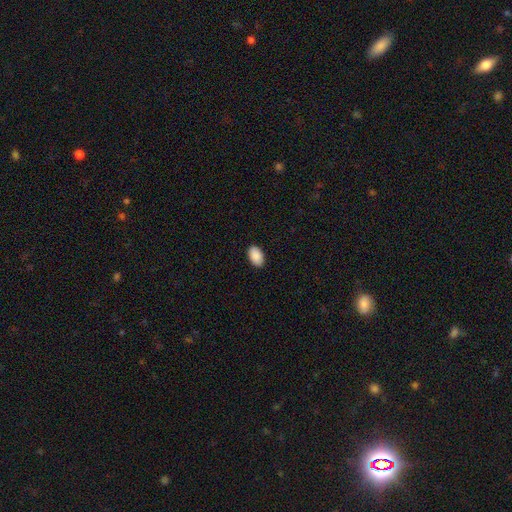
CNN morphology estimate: smooth-or-featured: smooth: 91% | star or artifact: 6% | featured or disk: 3%
  how-rounded: in between: 94% | round: 5% | cigar-shaped: 1%
  merging: none: 90% | minor disturbance: 7% | major disturbance: 2% | merger: 1%